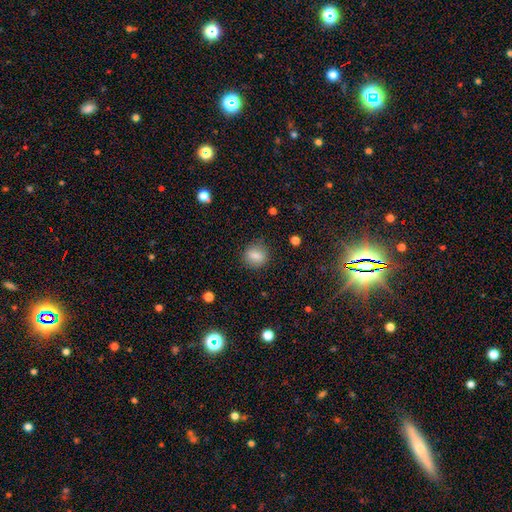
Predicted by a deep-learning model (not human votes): Overall: smooth (83%). How rounded: round (71%). Merging: none (85%).